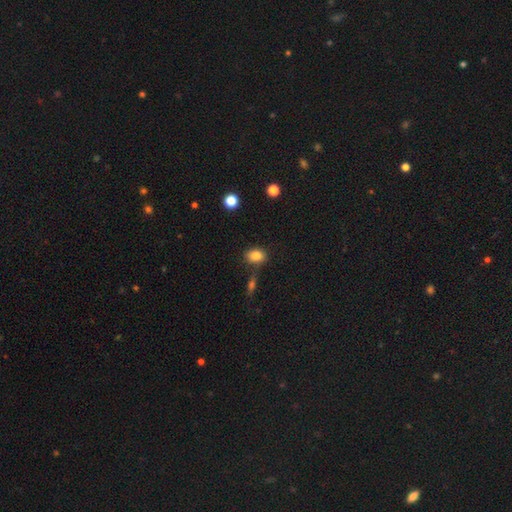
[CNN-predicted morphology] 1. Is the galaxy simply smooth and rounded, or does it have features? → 84% smooth, 9% star or artifact, 7% featured or disk.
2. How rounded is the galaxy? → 69% in between, 30% round, 2% cigar-shaped.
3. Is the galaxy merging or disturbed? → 74% none, 14% minor disturbance, 9% merger, 4% major disturbance.